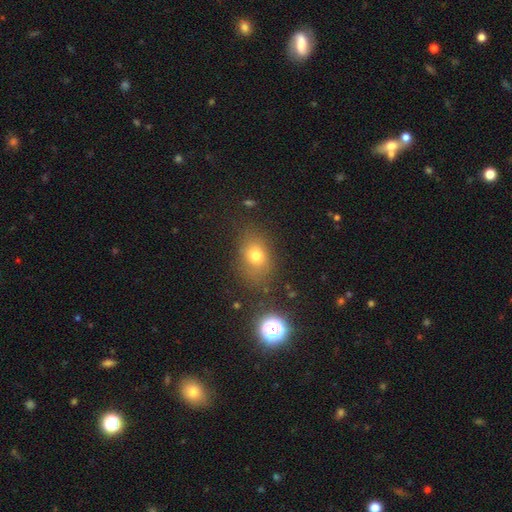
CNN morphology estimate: Smooth or featured?
  - smooth: 72% *
  - star or artifact: 17%
  - featured or disk: 11%
How rounded?
  - in between: 56% *
  - round: 42%
  - cigar-shaped: 1%
Merging?
  - none: 76% *
  - minor disturbance: 15%
  - major disturbance: 6%
  - merger: 3%